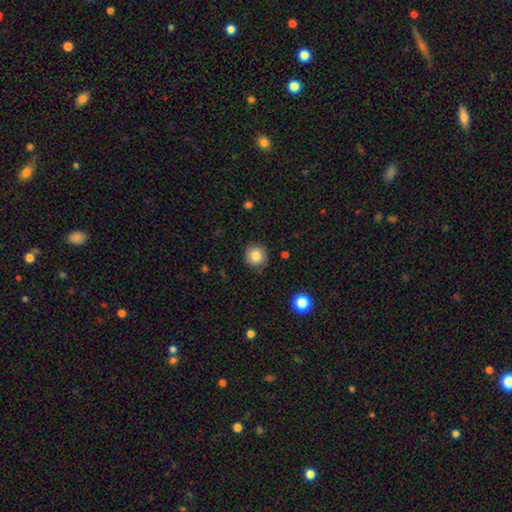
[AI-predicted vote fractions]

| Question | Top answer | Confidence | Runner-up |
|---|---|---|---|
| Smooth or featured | smooth | 83% | star or artifact (10%) |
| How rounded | round | 93% | in between (6%) |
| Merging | none | 87% | minor disturbance (9%) |